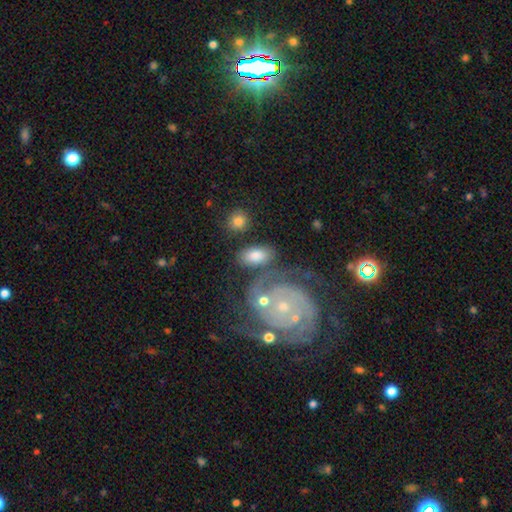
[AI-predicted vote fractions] smooth 58%, featured or disk 34%, star or artifact 8%. Down the decision tree: how rounded — in between (90%); merging — none (60%).